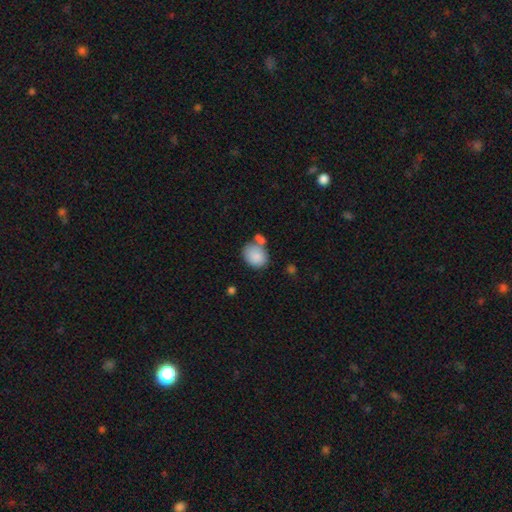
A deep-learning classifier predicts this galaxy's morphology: smooth 85%, featured or disk 8%, star or artifact 7%. Down the decision tree: how rounded — in between (51%); merging — none (51%).